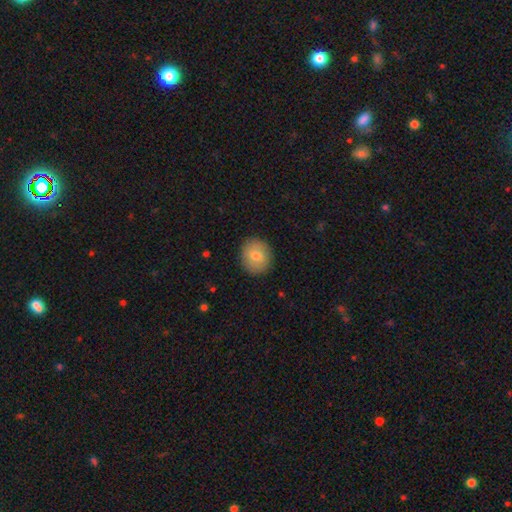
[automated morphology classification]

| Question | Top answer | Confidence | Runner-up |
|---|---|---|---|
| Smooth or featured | smooth | 77% | featured or disk (16%) |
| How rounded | round | 77% | in between (22%) |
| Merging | none | 89% | minor disturbance (8%) |